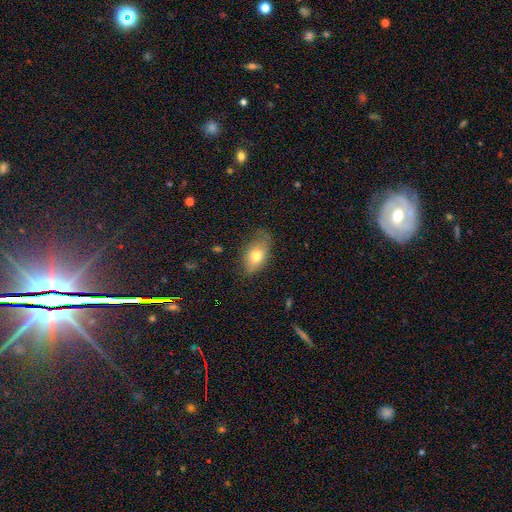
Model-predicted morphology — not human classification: smooth_or_featured: smooth (p=0.72) [alt: featured or disk p=0.20]
how_rounded: in between (p=0.89) [alt: round p=0.08]
merging: none (p=0.56) [alt: minor disturbance p=0.32]